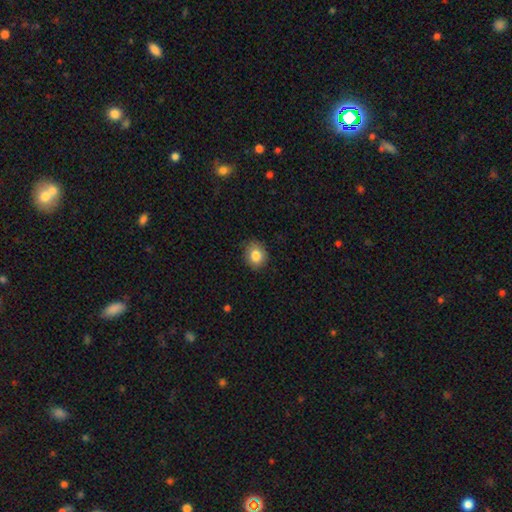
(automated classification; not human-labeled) The model was most divided on "how rounded": round: 67%, in between: 32%, cigar-shaped: 1%. More confident: smooth or featured — smooth (85%); merging — none (84%).